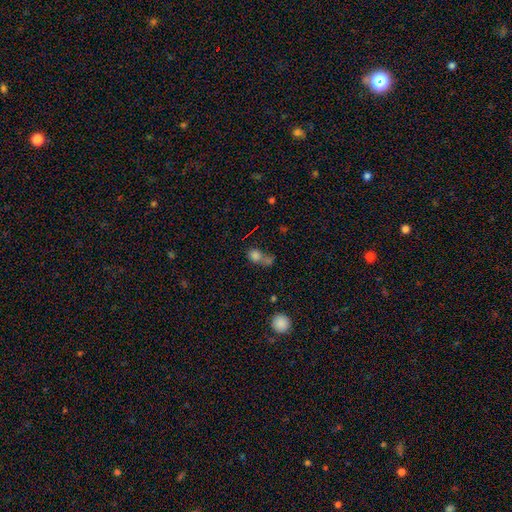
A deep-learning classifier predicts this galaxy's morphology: This is likely a smooth galaxy (77%). How rounded: likely round (66%). Merging: possibly merger (49%).